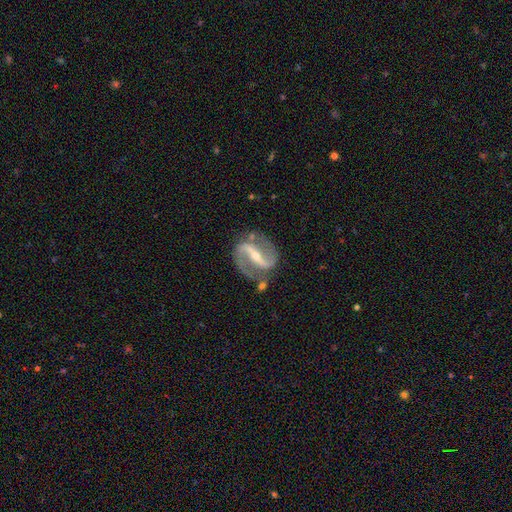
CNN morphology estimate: A featured or disk galaxy (92%) with a strong bar (72%), 2 (93%) medium (47%) spiral arms (96%) and a small central bulge (66%).

Vote fractions:
- Smooth or featured? featured or disk: 92% / star or artifact: 5% / smooth: 4%
- Edge-on disk? no: 96% / yes: 4%
- Bar? strong: 72% / weak: 18% / no: 9%
- Spiral arms? yes: 96% / no: 4%
- Spiral winding? medium: 47% / loose: 38% / tight: 15%
- Spiral arm count? 2: 93% / can't tell: 2% / 1: 2% / 3: 1% / 4: 1% / more than 4: 1%
- Bulge size? small: 66% / moderate: 31% / none: 1% / large: 1% / dominant: 1%
- Merging? none: 77% / minor disturbance: 14% / major disturbance: 5% / merger: 4%